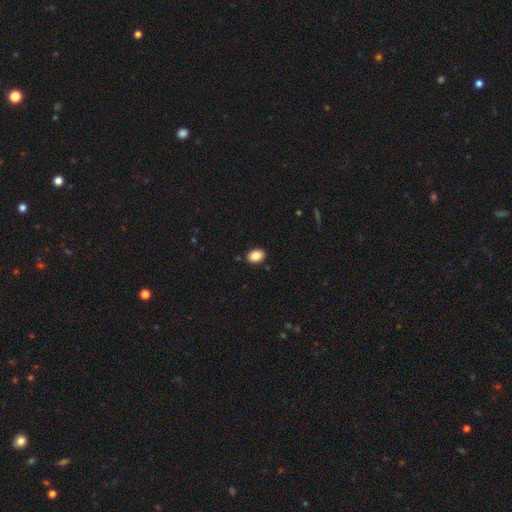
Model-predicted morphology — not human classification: This appears to be a smooth galaxy with no disk features (87%) that is in between round and cigar-shaped (78%). Merging: none (90%).